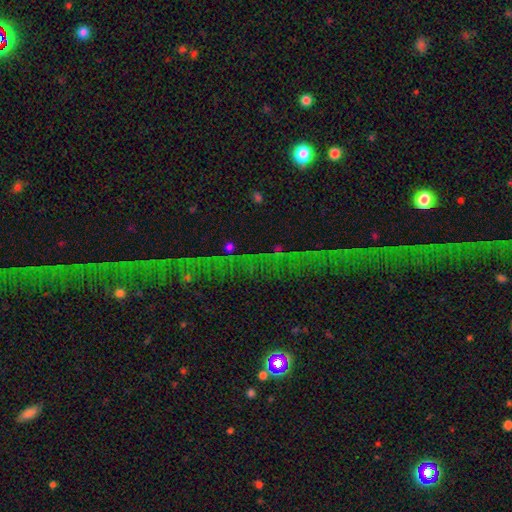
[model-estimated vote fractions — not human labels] A star or artifact, not a galaxy (78%).

Vote fractions:
- Smooth or featured? star or artifact: 78% / featured or disk: 13% / smooth: 9%